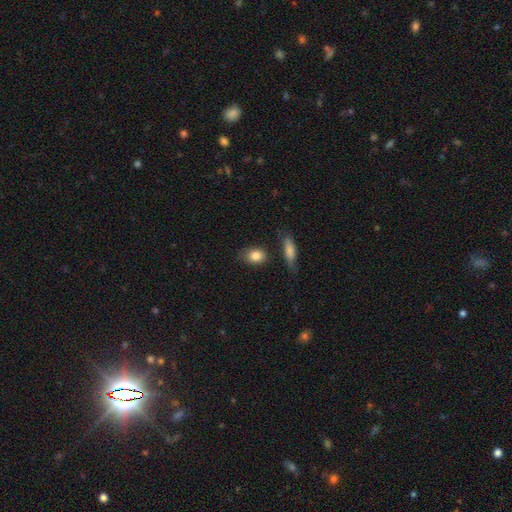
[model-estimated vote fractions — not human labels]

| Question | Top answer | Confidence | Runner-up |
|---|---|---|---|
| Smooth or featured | smooth | 85% | star or artifact (8%) |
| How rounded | in between | 61% | round (36%) |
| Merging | none | 75% | minor disturbance (15%) |